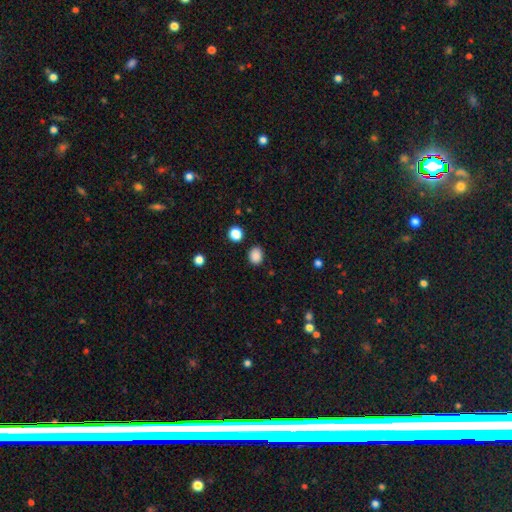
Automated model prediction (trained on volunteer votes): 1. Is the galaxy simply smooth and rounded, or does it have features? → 87% smooth, 11% star or artifact, 3% featured or disk.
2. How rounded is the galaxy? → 56% round, 43% in between, 1% cigar-shaped.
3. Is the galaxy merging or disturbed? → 85% none, 10% minor disturbance, 3% major disturbance, 2% merger.